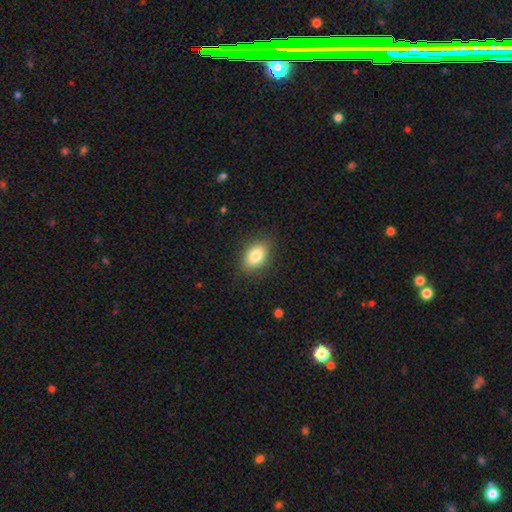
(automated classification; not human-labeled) Overall: smooth (82%). How rounded: in between (81%). Merging: none (86%).